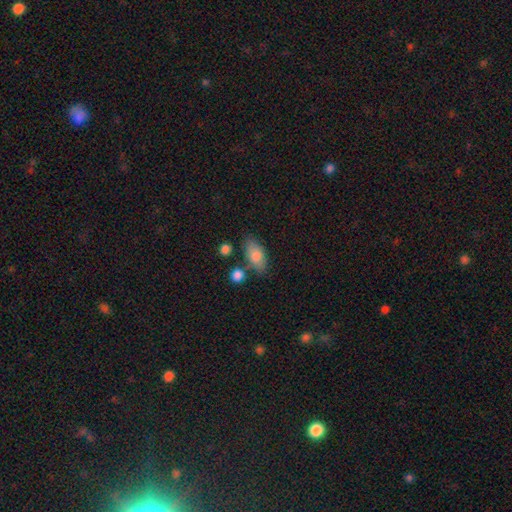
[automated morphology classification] A smooth galaxy with no disk features (79%) that is in between round and cigar-shaped (88%). Merging: none (71%).